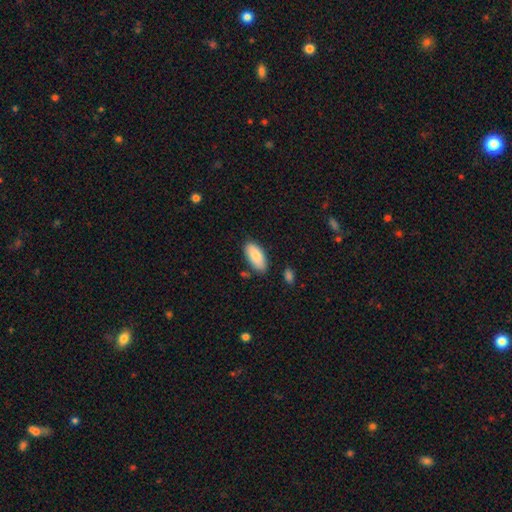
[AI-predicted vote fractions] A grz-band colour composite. It shows a smooth galaxy with no disk features (84%) that is in between round and cigar-shaped (90%). Merging: none (81%).